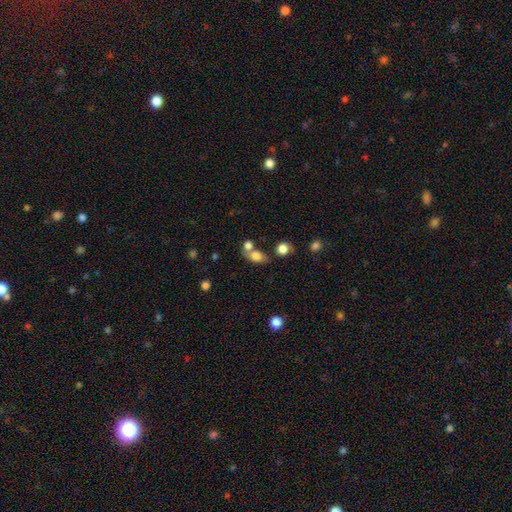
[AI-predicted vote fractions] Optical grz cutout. It shows a smooth galaxy with no disk features (76%) that is in between round and cigar-shaped (72%). Merging: none (46%).